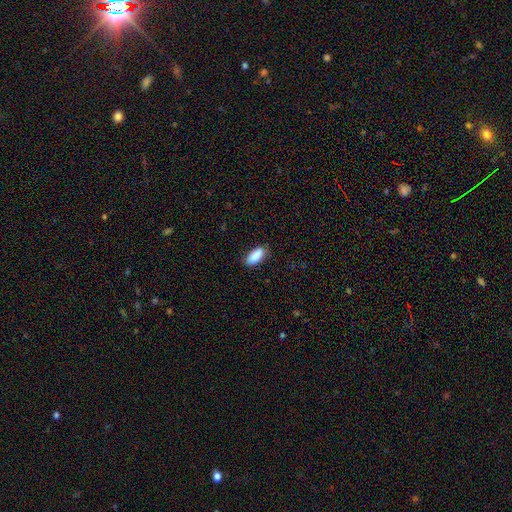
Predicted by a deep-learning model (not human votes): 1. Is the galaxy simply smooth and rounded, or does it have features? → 90% smooth, 6% star or artifact, 4% featured or disk.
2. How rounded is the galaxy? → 86% in between, 12% cigar-shaped, 2% round.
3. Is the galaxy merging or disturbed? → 83% none, 13% minor disturbance, 3% major disturbance, 1% merger.